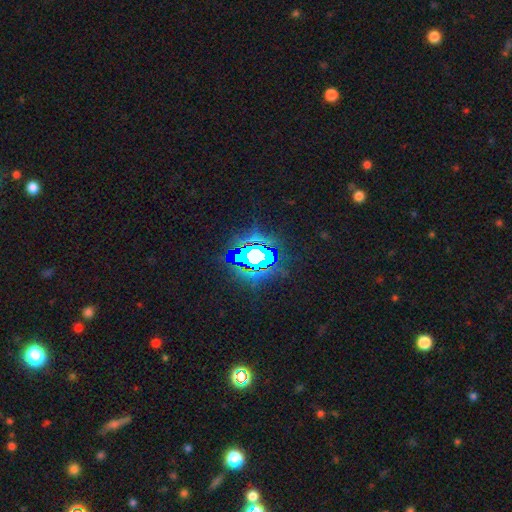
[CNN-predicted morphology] A star or artifact, not a galaxy (68%).

Vote fractions:
- Smooth or featured? star or artifact: 68% / smooth: 17% / featured or disk: 15%